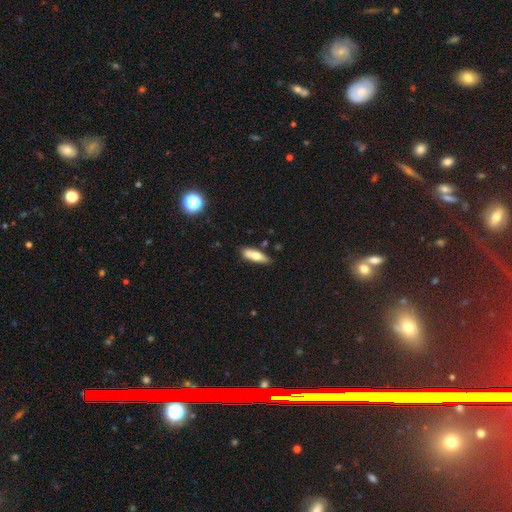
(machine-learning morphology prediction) type=smooth (64%); roundness=in between (52%); merging=none (71%).